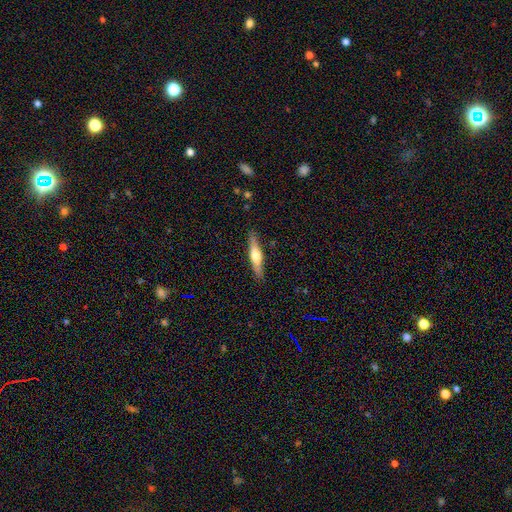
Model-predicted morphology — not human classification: The model was most divided on "smooth or featured": featured or disk: 51%, smooth: 43%, star or artifact: 6%. More confident: edge-on disk — yes (93%); merging — none (88%).